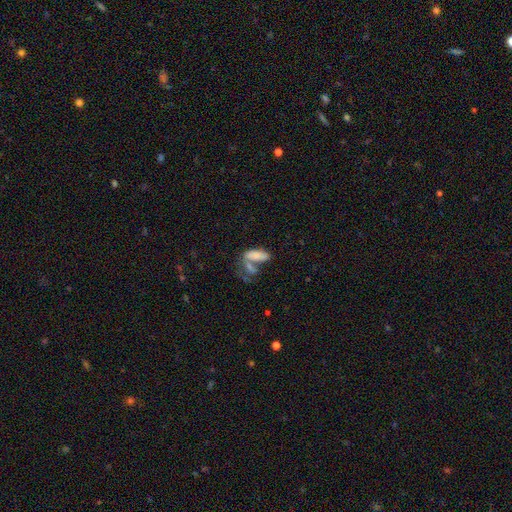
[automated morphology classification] smooth 73%, featured or disk 17%, star or artifact 9%. Down the decision tree: how rounded — in between (78%); merging — merger (48%).